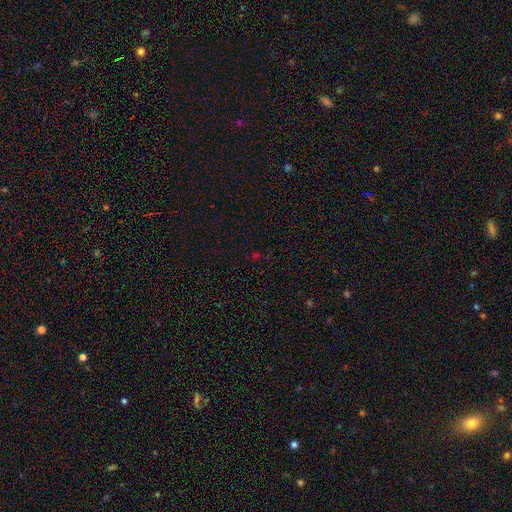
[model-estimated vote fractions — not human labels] A star or artifact, not a galaxy (62%).

Vote fractions:
- Smooth or featured? star or artifact: 62% / smooth: 31% / featured or disk: 7%